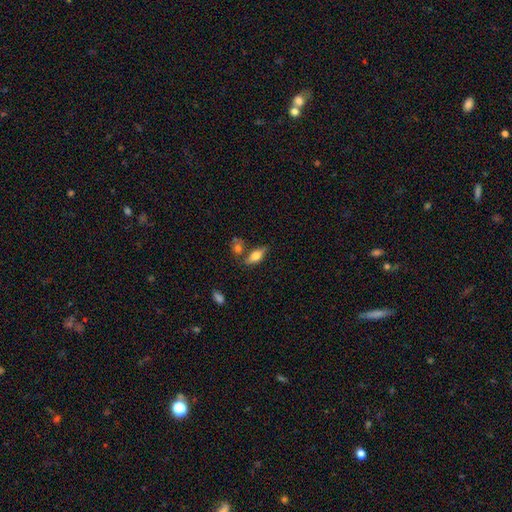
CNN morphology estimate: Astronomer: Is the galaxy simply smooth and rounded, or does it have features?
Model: smooth — 58% (runner-up: featured or disk, 34%).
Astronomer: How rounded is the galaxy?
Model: in between — 72%.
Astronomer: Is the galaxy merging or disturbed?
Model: none — 64%.